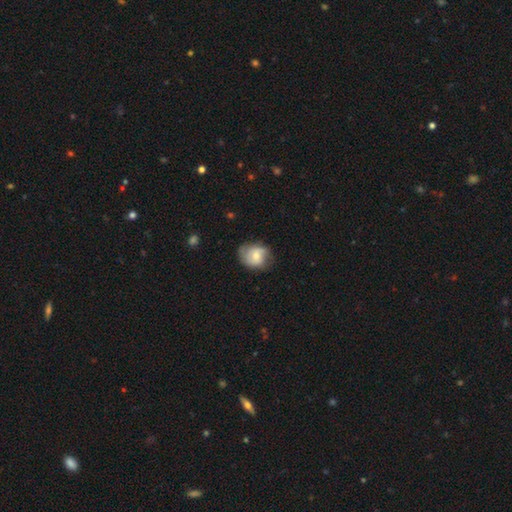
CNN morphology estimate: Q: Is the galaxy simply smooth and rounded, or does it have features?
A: featured or disk — 48%.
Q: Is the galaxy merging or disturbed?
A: none — 65%.